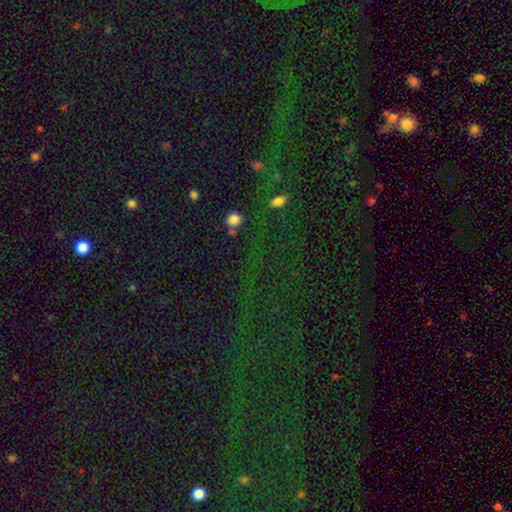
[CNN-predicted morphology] Smooth or featured? Predicted: star or artifact (p=0.75).